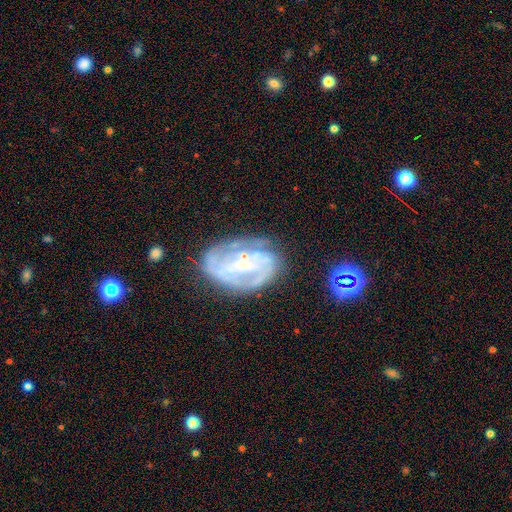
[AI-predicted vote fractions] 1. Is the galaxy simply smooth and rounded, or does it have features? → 74% featured or disk, 15% smooth, 12% star or artifact.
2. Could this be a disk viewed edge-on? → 95% no, 5% yes.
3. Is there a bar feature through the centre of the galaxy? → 43% weak, 29% no, 28% strong.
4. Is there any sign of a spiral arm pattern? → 87% yes, 13% no.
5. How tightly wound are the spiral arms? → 41% medium, 40% tight, 19% loose.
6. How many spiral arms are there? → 72% 2, 14% can't tell, 5% 3, 4% 1, 2% 4, 2% more than 4.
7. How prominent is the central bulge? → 58% small, 28% moderate, 9% none, 3% large, 2% dominant.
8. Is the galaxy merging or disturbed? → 75% none, 15% minor disturbance, 6% major disturbance, 3% merger.